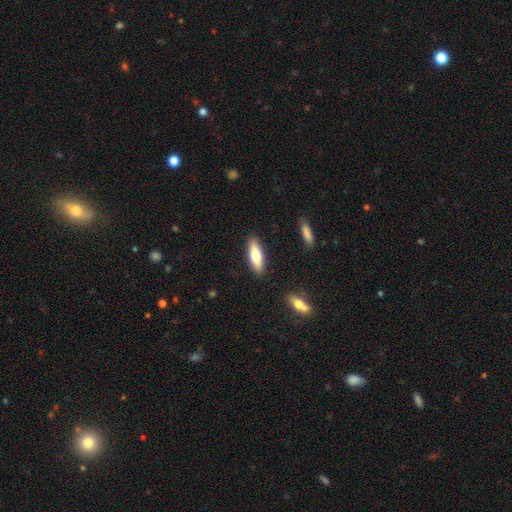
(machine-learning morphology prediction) Smooth or featured? Predicted: smooth (p=0.66). How rounded? Predicted: cigar-shaped (p=0.54). Merging? Predicted: none (p=0.87).